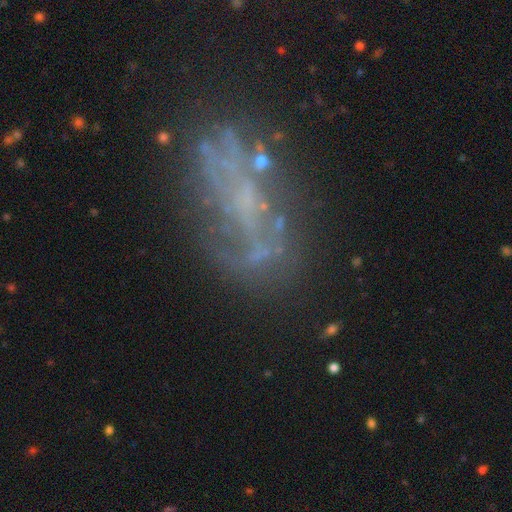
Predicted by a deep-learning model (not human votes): The model was most divided on "spiral arms": no: 60%, yes: 40%. More confident: edge-on disk — no (92%); bar — no (72%); bulge size — none (66%); smooth or featured — featured or disk (63%); merging — none (52%).